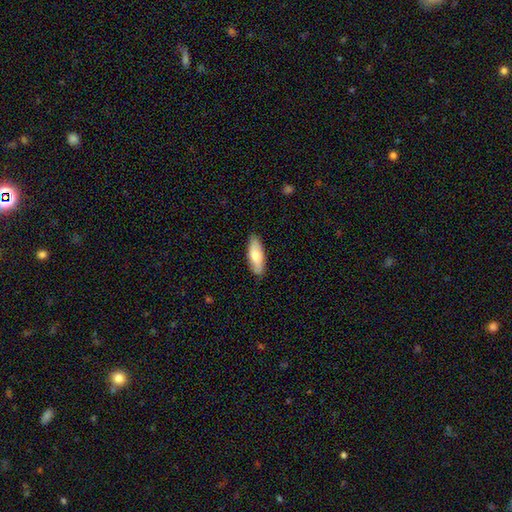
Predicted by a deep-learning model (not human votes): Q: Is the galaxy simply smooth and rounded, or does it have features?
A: smooth — 71%.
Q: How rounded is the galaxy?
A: in between — 67%.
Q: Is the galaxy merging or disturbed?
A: none — 85%.